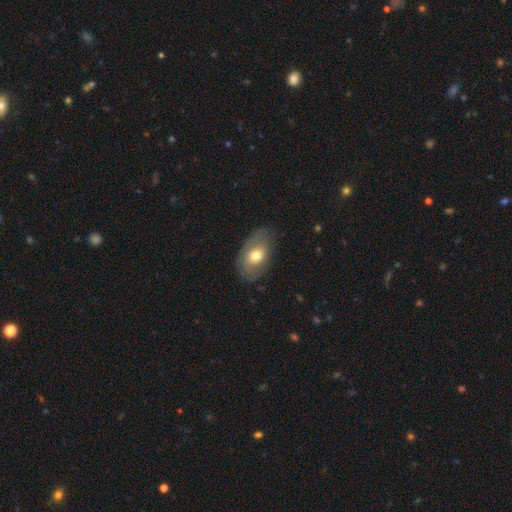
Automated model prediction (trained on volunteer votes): Smooth or featured: smooth — 59% (featured or disk — 34%)
How rounded: in between — 88% (round — 10%)
Merging: none — 68% (minor disturbance — 23%)